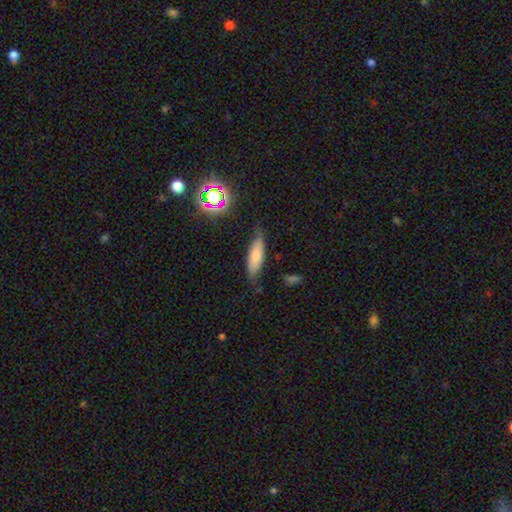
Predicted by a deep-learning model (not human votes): Smooth or featured? Predicted: smooth (p=0.71). How rounded? Predicted: cigar-shaped (p=0.52). Merging? Predicted: none (p=0.68).